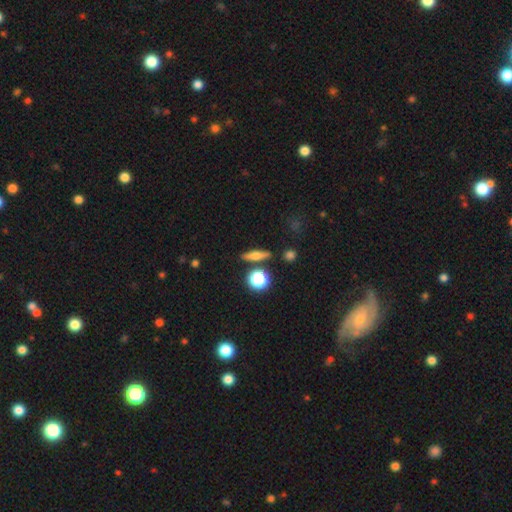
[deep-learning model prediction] Smooth or featured?
  - smooth: 48% *
  - featured or disk: 39%
  - star or artifact: 12%
Merging?
  - none: 84% *
  - minor disturbance: 9%
  - merger: 5%
  - major disturbance: 2%